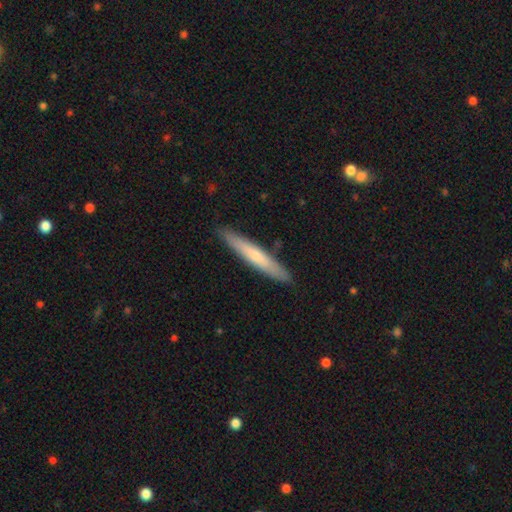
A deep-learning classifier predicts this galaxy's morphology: type=smooth (63%); roundness=cigar-shaped (94%); merging=none (89%).